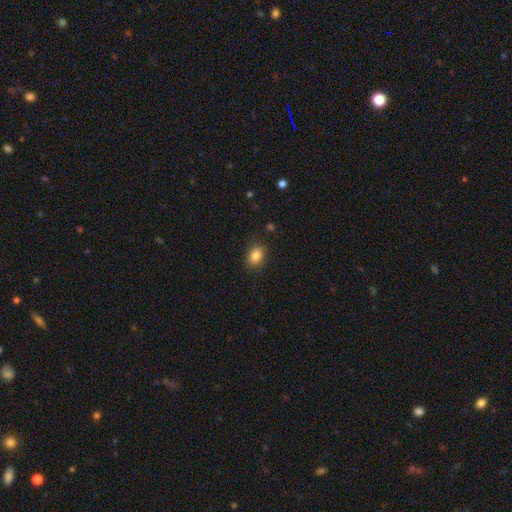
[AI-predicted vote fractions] Morphology: type=smooth (85%); roundness=in between (79%); merging=none (85%).